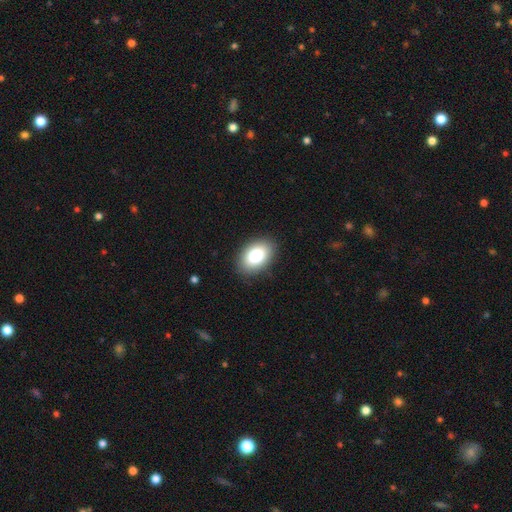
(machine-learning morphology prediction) Smooth or featured? smooth (83%)
How rounded? in between (86%)
Merging? none (88%)